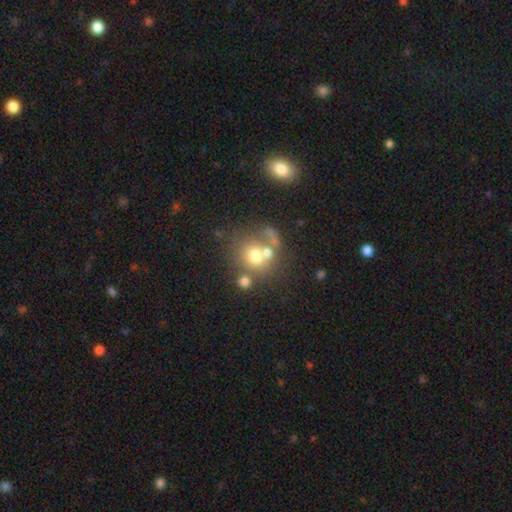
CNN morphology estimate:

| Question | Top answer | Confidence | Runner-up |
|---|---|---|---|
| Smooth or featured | smooth | 62% | featured or disk (23%) |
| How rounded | round | 81% | in between (18%) |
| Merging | none | 44% | merger (36%) |